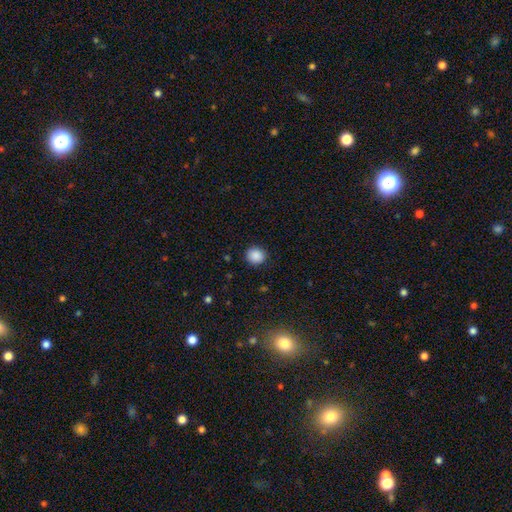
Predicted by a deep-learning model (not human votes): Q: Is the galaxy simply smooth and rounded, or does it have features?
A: smooth — 88%.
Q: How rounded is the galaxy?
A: round — 86%.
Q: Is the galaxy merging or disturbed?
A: none — 90%.